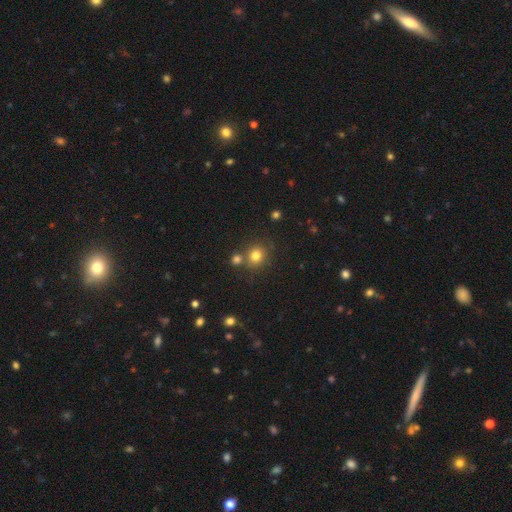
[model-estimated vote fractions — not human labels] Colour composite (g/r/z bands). It shows a smooth galaxy with no disk features (79%) that is round (83%). Merging: none (68%).